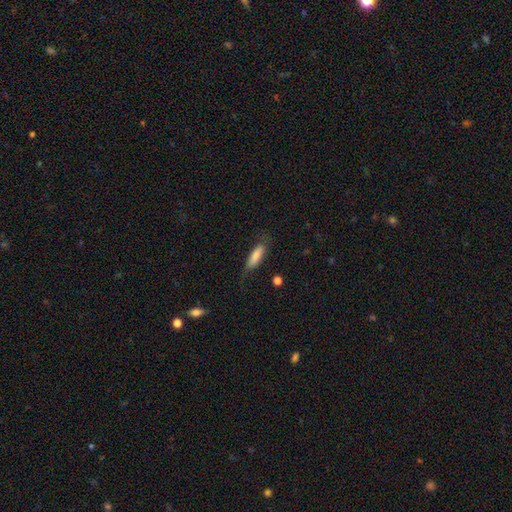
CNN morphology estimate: type=smooth (80%); roundness=in between (53%); merging=none (68%).